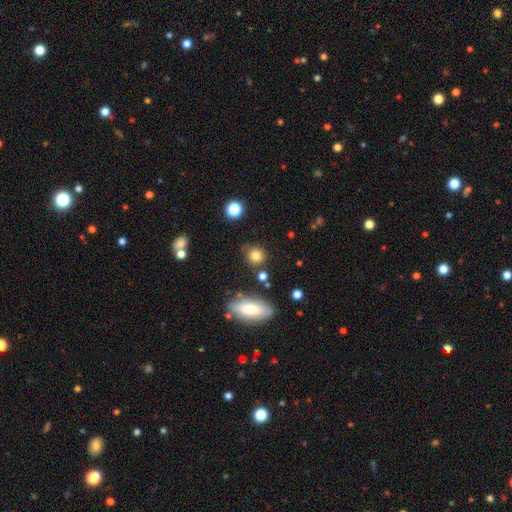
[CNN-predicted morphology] Smooth or featured: smooth — 81% (star or artifact — 12%)
How rounded: round — 85% (in between — 13%)
Merging: none — 79% (minor disturbance — 12%)